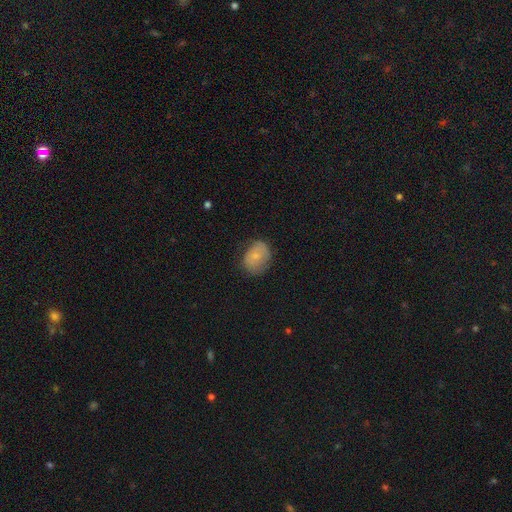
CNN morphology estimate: Q: Smooth or featured?
A: smooth (71%); runner-up: featured or disk (21%)
Q: How rounded?
A: in between (58%); runner-up: round (41%)
Q: Merging?
A: none (65%); runner-up: minor disturbance (26%)